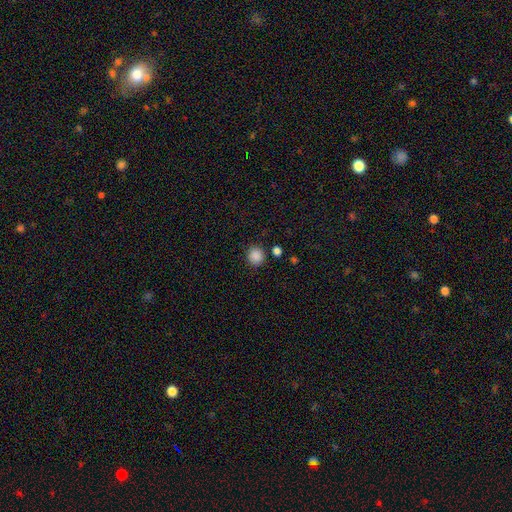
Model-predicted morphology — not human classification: The model was most divided on "smooth or featured": smooth: 87%, star or artifact: 10%, featured or disk: 3%. More confident: how rounded — round (90%); merging — none (85%).